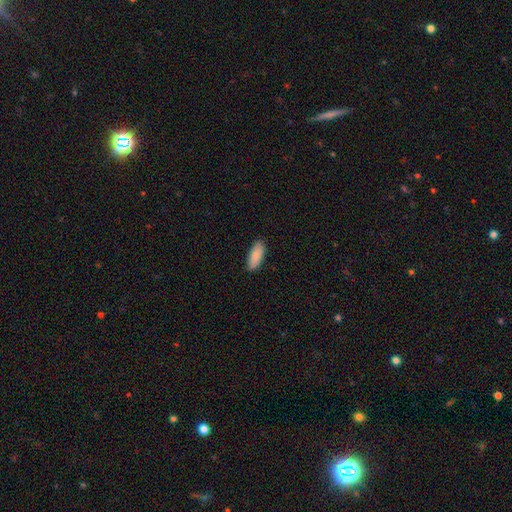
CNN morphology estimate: smooth 89%, star or artifact 6%, featured or disk 5%. Down the decision tree: how rounded — in between (76%); merging — none (88%).